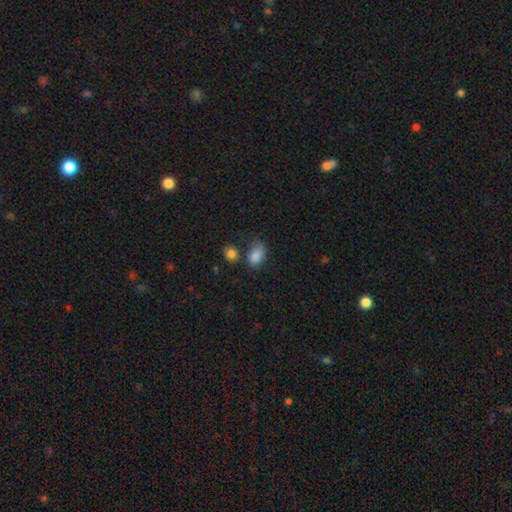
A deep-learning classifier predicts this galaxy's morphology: Smooth or featured: smooth — 85% (star or artifact — 10%)
How rounded: in between — 85% (round — 13%)
Merging: none — 50% (minor disturbance — 28%)